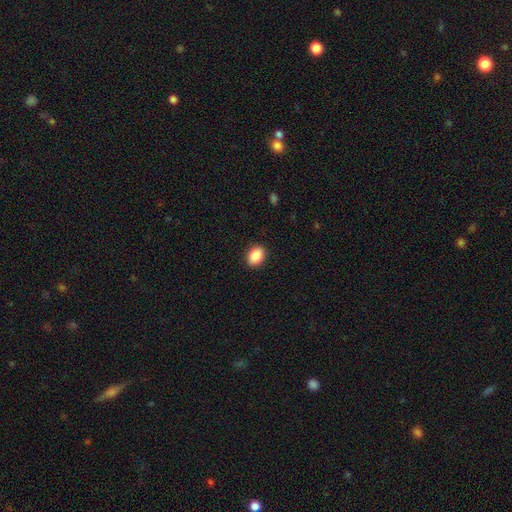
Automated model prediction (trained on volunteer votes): Morphology: type=smooth (89%); roundness=in between (70%); merging=none (90%).